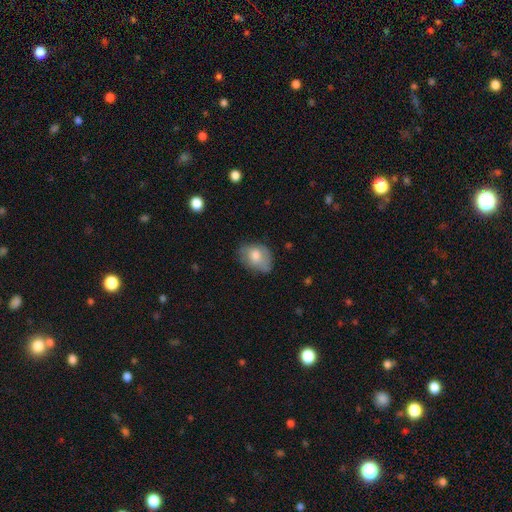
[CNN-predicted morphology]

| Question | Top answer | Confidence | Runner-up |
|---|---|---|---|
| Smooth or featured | smooth | 68% | featured or disk (25%) |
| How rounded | in between | 71% | round (28%) |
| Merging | none | 59% | minor disturbance (30%) |